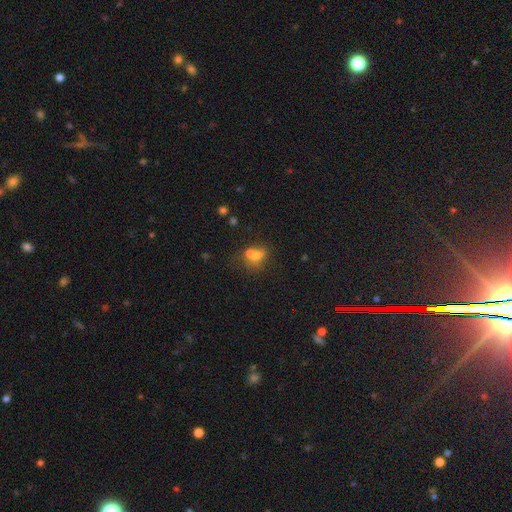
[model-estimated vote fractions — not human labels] Q: Smooth or featured?
A: smooth (63%); runner-up: featured or disk (20%)
Q: How rounded?
A: in between (61%); runner-up: round (32%)
Q: Merging?
A: merger (43%); runner-up: none (30%)